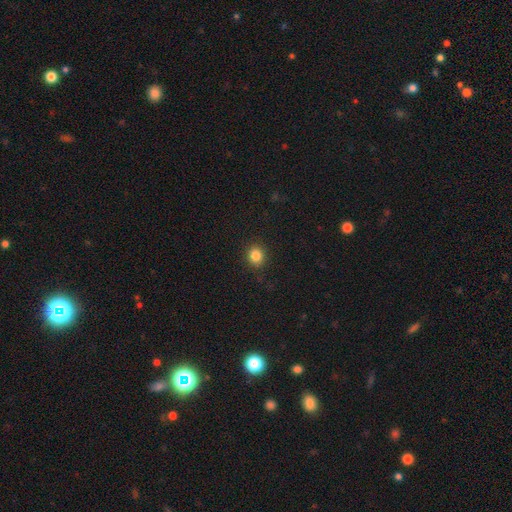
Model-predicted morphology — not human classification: The model was most divided on "how rounded": round: 82%, in between: 17%, cigar-shaped: 1%. More confident: merging — none (90%); smooth or featured — smooth (84%).